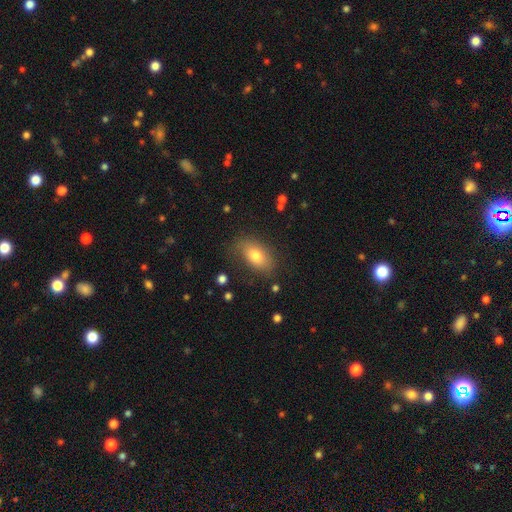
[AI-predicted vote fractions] A smooth galaxy with no disk features (76%) that is in between round and cigar-shaped (89%).

Vote fractions:
- Smooth or featured? smooth: 76% / featured or disk: 15% / star or artifact: 8%
- How rounded? in between: 89% / round: 7% / cigar-shaped: 3%
- Merging? none: 75% / minor disturbance: 17% / major disturbance: 6% / merger: 2%